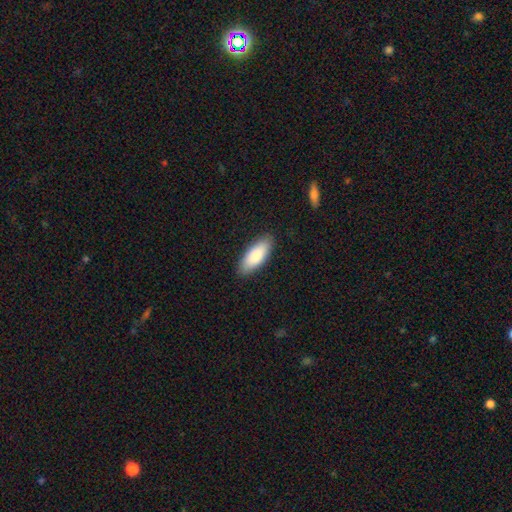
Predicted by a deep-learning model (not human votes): smooth_or_featured: smooth (p=0.87) [alt: featured or disk p=0.08]
how_rounded: in between (p=0.77) [alt: cigar-shaped p=0.21]
merging: none (p=0.88) [alt: minor disturbance p=0.09]